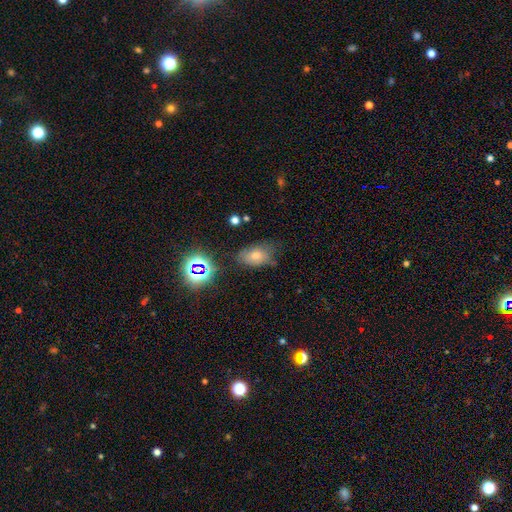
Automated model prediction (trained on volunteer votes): smooth 57%, star or artifact 24%, featured or disk 19%. Down the decision tree: how rounded — in between (83%); merging — none (64%).